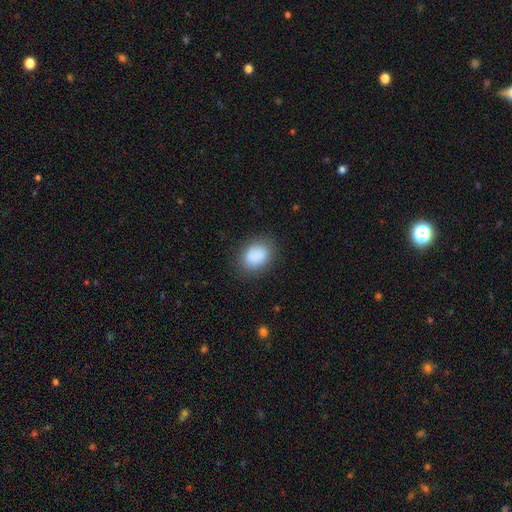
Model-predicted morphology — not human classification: smooth-or-featured: smooth: 86% | star or artifact: 8% | featured or disk: 6%
  how-rounded: in between: 61% | round: 38% | cigar-shaped: 1%
  merging: none: 80% | minor disturbance: 14% | major disturbance: 5% | merger: 2%